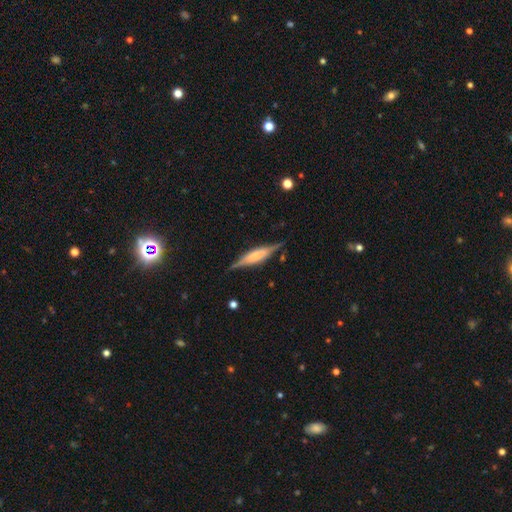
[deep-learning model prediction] Smooth or featured: featured or disk — 64% (smooth — 31%)
Edge-on disk: yes — 94% (no — 6%)
Edge-on bulge: rounded — 55% (boxy — 36%)
Merging: none — 80% (minor disturbance — 15%)